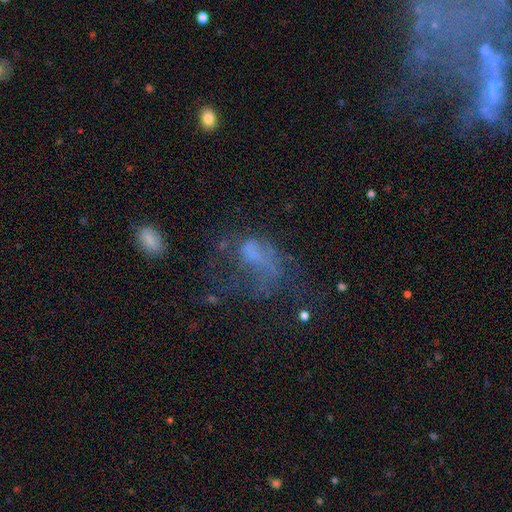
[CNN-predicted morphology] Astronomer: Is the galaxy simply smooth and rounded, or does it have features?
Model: featured or disk — 42% (runner-up: smooth, 36%).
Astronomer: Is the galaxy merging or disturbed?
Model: major disturbance — 52%.